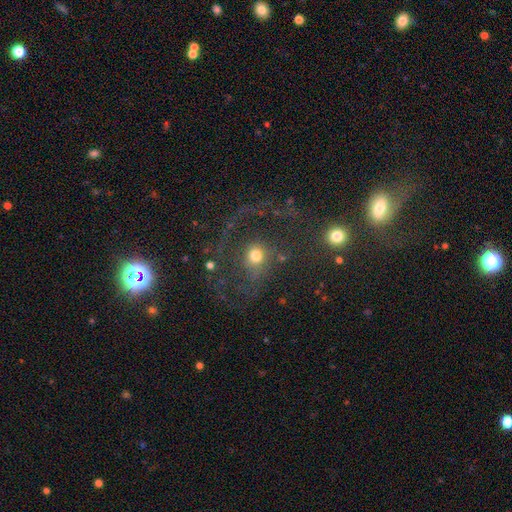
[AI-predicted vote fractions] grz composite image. It shows a featured or disk galaxy (42%). Merging: none (47%).